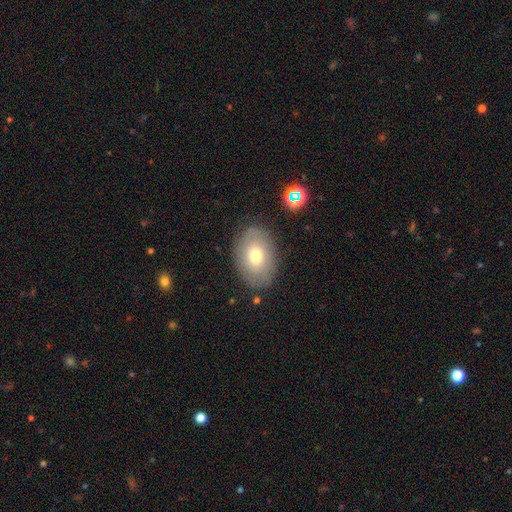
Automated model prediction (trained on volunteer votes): Smooth or featured? smooth (60%)
How rounded? in between (81%)
Merging? none (81%)